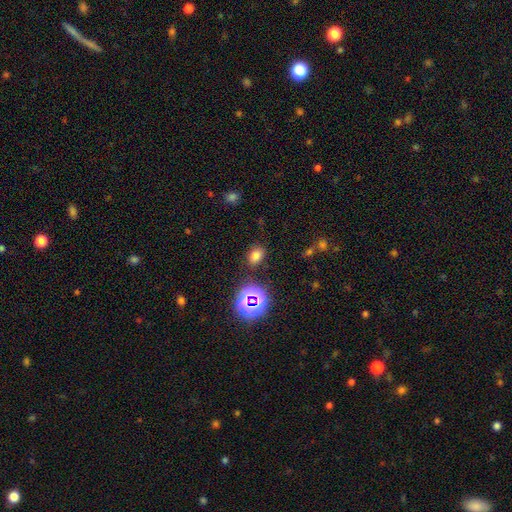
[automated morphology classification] Smooth or featured: smooth — 72% (star or artifact — 21%)
How rounded: in between — 71% (round — 28%)
Merging: none — 83% (minor disturbance — 11%)